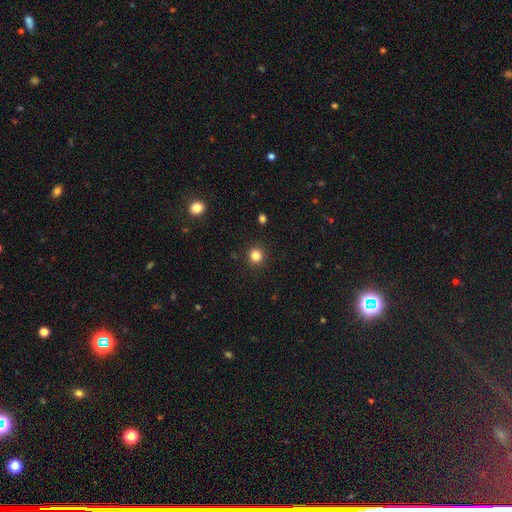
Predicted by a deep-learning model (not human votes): The model was most divided on "smooth or featured": smooth: 83%, star or artifact: 13%, featured or disk: 4%. More confident: how rounded — round (93%); merging — none (92%).